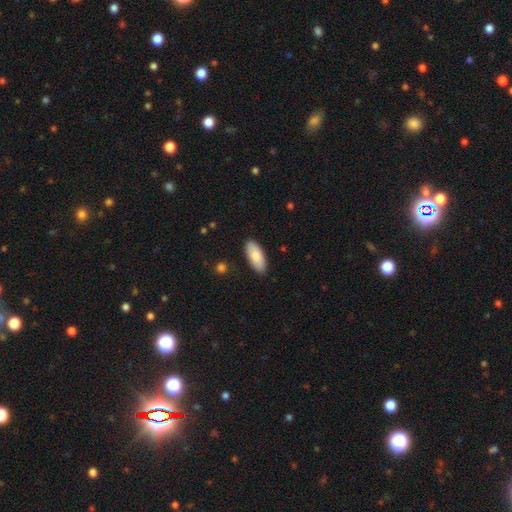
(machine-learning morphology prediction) A smooth galaxy with no disk features (81%) that is in between round and cigar-shaped (87%).

Vote fractions:
- Smooth or featured? smooth: 81% / featured or disk: 13% / star or artifact: 6%
- How rounded? in between: 87% / cigar-shaped: 12% / round: 2%
- Merging? none: 88% / minor disturbance: 9% / major disturbance: 2% / merger: 1%